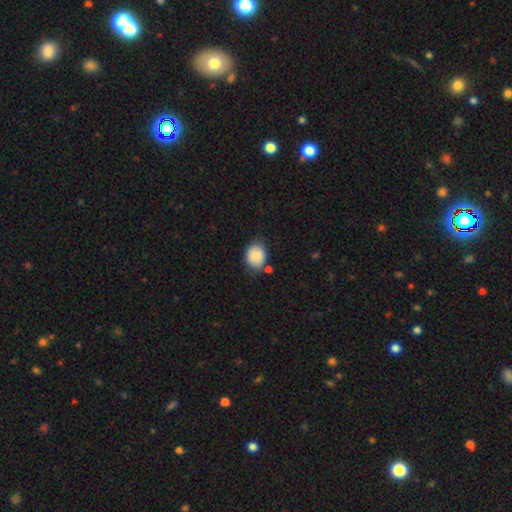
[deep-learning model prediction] Smooth or featured?
  - smooth: 84% *
  - featured or disk: 8%
  - star or artifact: 7%
How rounded?
  - round: 51% *
  - in between: 48%
  - cigar-shaped: 1%
Merging?
  - none: 69% *
  - minor disturbance: 19%
  - merger: 7%
  - major disturbance: 5%